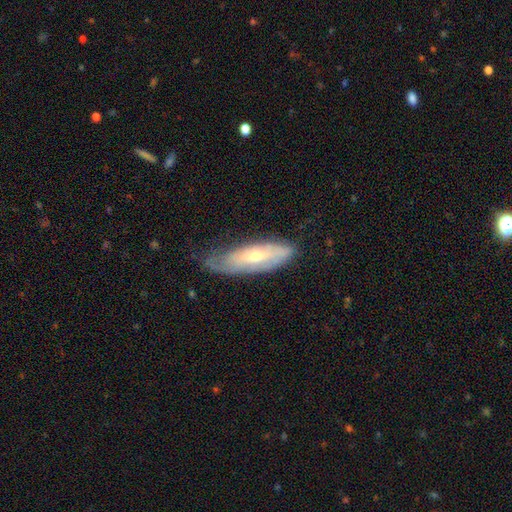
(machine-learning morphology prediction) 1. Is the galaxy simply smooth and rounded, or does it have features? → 58% featured or disk, 36% smooth, 6% star or artifact.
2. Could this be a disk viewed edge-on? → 71% no, 29% yes.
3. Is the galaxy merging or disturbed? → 54% none, 33% minor disturbance, 12% major disturbance, 2% merger.